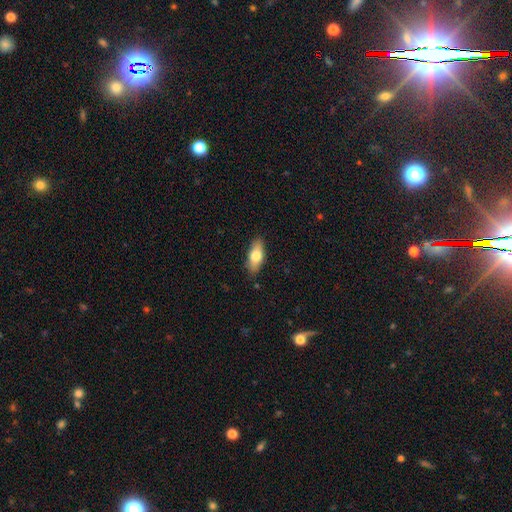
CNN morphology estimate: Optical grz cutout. It shows a smooth galaxy with no disk features (74%) that is in between round and cigar-shaped (80%). Merging: none (86%).